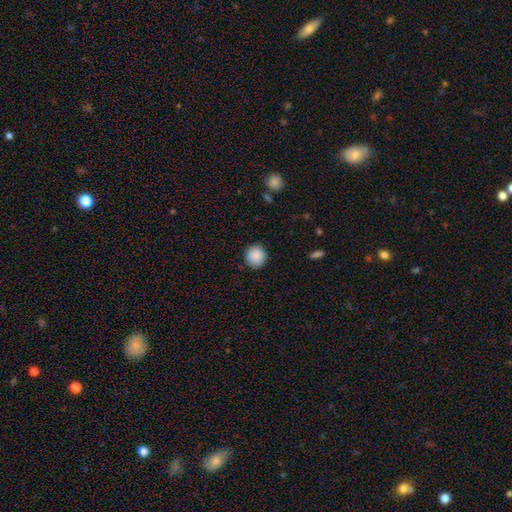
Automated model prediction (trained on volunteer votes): smooth-or-featured: smooth: 89% | star or artifact: 8% | featured or disk: 3%
  how-rounded: round: 92% | in between: 7% | cigar-shaped: 1%
  merging: none: 88% | minor disturbance: 9% | major disturbance: 2% | merger: 1%